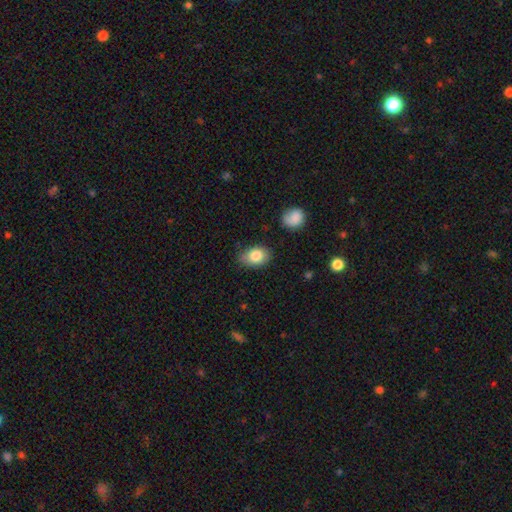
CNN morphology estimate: smooth-or-featured: smooth: 82% | featured or disk: 10% | star or artifact: 8%
  how-rounded: in between: 78% | round: 21% | cigar-shaped: 1%
  merging: none: 72% | minor disturbance: 22% | major disturbance: 4% | merger: 2%